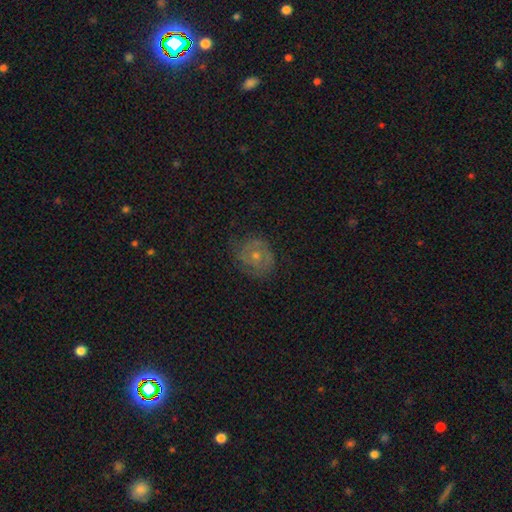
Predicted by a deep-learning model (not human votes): smooth_or_featured: featured or disk (p=0.67) [alt: smooth p=0.23]
disk_edge_on: no (p=0.97) [alt: yes p=0.03]
bar: no (p=0.78) [alt: weak p=0.18]
has_spiral_arms: yes (p=0.83) [alt: no p=0.17]
spiral_winding: tight (p=0.60) [alt: medium p=0.31]
spiral_arm_count: 2 (p=0.44) [alt: can't tell p=0.32]
bulge_size: small (p=0.50) [alt: moderate p=0.46]
merging: none (p=0.71) [alt: minor disturbance p=0.20]